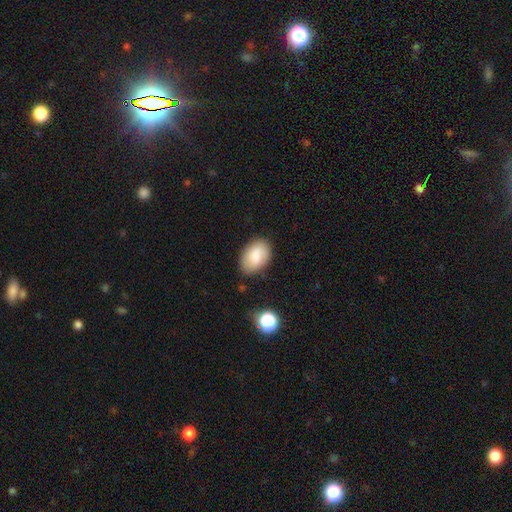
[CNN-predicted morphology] Smooth or featured? Predicted: smooth (p=0.81). How rounded? Predicted: in between (p=0.89). Merging? Predicted: none (p=0.80).